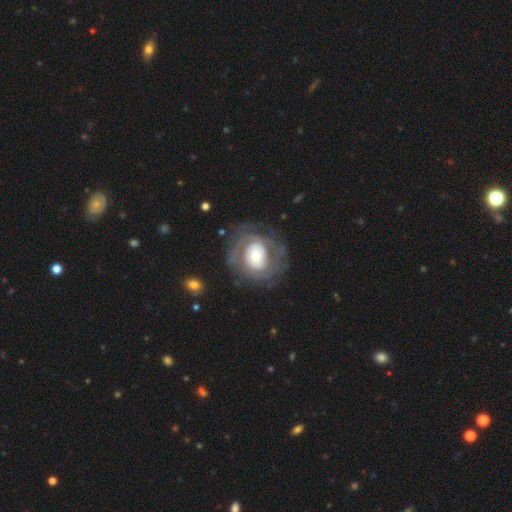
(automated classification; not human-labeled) A featured or disk galaxy (74%) with no bar (67%), tight (60%) spiral arms (72%) and a moderate central bulge (51%).

Vote fractions:
- Smooth or featured? featured or disk: 74% / smooth: 21% / star or artifact: 6%
- Edge-on disk? no: 97% / yes: 3%
- Bar? no: 67% / weak: 24% / strong: 9%
- Spiral arms? yes: 72% / no: 28%
- Spiral winding? tight: 60% / medium: 27% / loose: 13%
- Spiral arm count? can't tell: 39% / 2: 38% / 3: 8% / 1: 7% / 4: 4% / more than 4: 4%
- Bulge size? moderate: 51% / small: 25% / large: 21% / dominant: 2% / none: 1%
- Merging? none: 69% / minor disturbance: 16% / major disturbance: 14% / merger: 2%